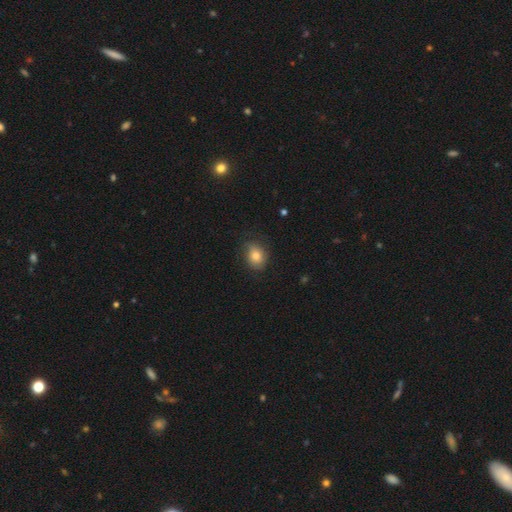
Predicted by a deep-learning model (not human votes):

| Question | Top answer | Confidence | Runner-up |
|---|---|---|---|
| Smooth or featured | smooth | 72% | featured or disk (19%) |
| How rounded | round | 55% | in between (44%) |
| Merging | none | 68% | minor disturbance (23%) |